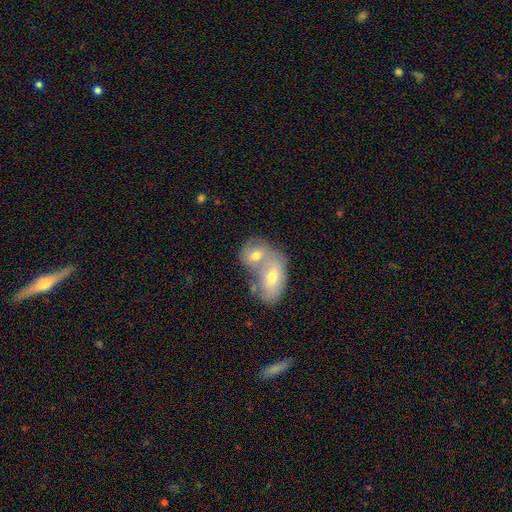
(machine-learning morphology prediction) Q: Smooth or featured?
A: smooth (61%); runner-up: featured or disk (31%)
Q: How rounded?
A: in between (67%); runner-up: round (30%)
Q: Merging?
A: merger (73%); runner-up: none (18%)